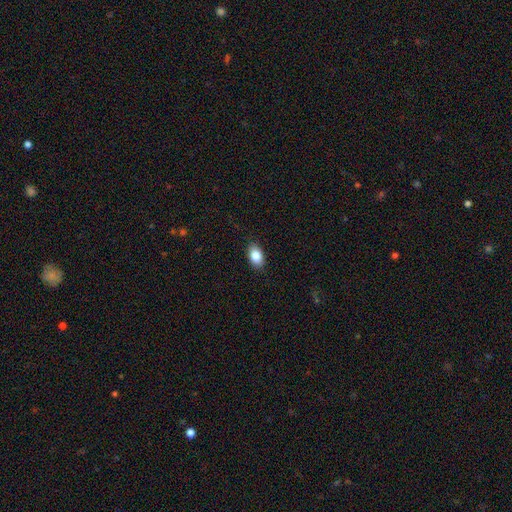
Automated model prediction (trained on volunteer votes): smooth 87%, star or artifact 7%, featured or disk 6%. Down the decision tree: how rounded — in between (90%); merging — none (87%).